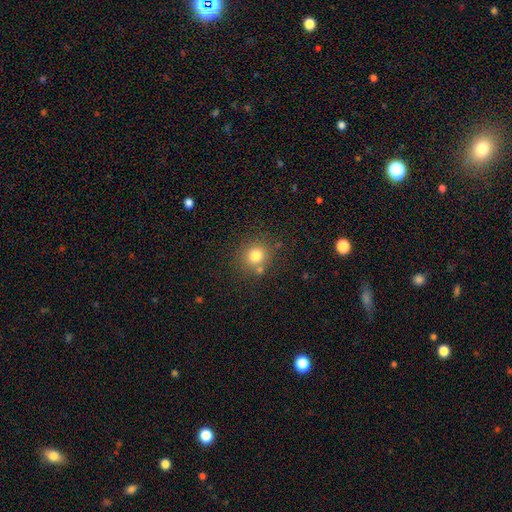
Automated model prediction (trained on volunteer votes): The model was most divided on "merging": none: 74%, merger: 11%, minor disturbance: 11%, major disturbance: 4%. More confident: how rounded — round (87%); smooth or featured — smooth (78%).